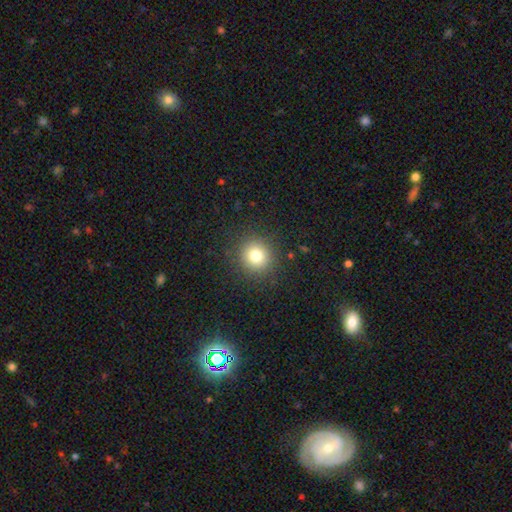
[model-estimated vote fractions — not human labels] Smooth or featured: smooth — 78% (star or artifact — 13%)
How rounded: round — 92% (in between — 7%)
Merging: none — 89% (minor disturbance — 7%)